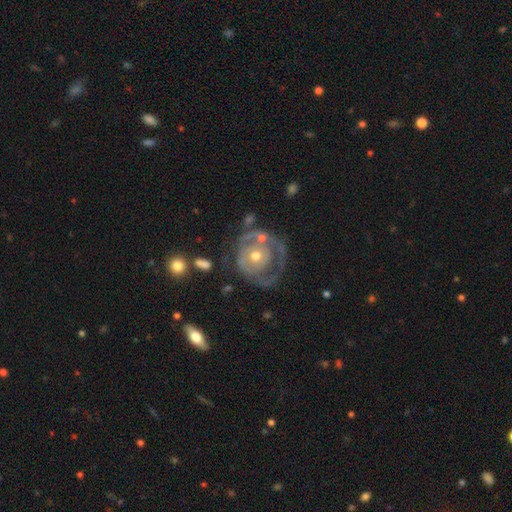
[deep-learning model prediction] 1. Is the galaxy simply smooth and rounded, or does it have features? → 76% featured or disk, 19% smooth, 6% star or artifact.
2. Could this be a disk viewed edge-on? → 97% no, 3% yes.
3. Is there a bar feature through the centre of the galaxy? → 83% no, 13% weak, 4% strong.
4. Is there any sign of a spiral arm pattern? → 64% yes, 36% no.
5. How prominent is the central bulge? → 62% moderate, 32% small, 4% large, 1% none, 1% dominant.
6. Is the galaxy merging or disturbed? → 49% none, 24% major disturbance, 20% minor disturbance, 6% merger.